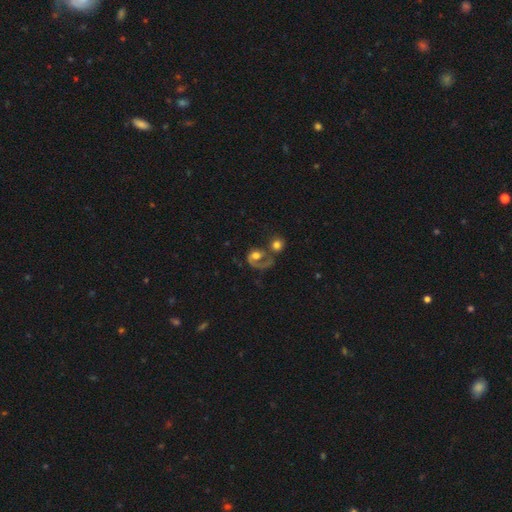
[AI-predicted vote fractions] Morphology: type=featured or disk (61%); edge-on=no (97%); bar=no (75%); spiral arms=yes (76%); bulge=moderate (52%); merging=merger (39%).